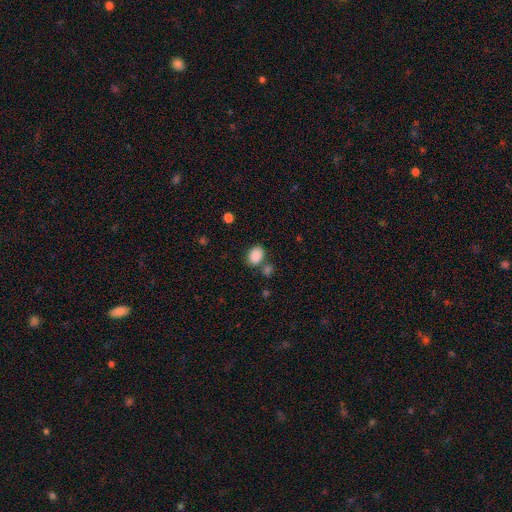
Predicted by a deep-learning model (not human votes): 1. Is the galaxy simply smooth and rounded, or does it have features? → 87% smooth, 9% star or artifact, 4% featured or disk.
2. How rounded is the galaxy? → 70% in between, 29% round, 1% cigar-shaped.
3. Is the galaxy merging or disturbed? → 69% none, 14% merger, 13% minor disturbance, 4% major disturbance.